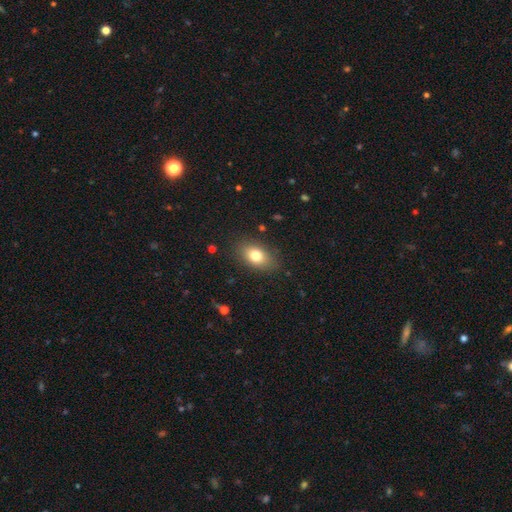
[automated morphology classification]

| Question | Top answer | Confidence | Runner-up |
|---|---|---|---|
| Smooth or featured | smooth | 78% | featured or disk (13%) |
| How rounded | in between | 85% | round (12%) |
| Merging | none | 84% | minor disturbance (12%) |